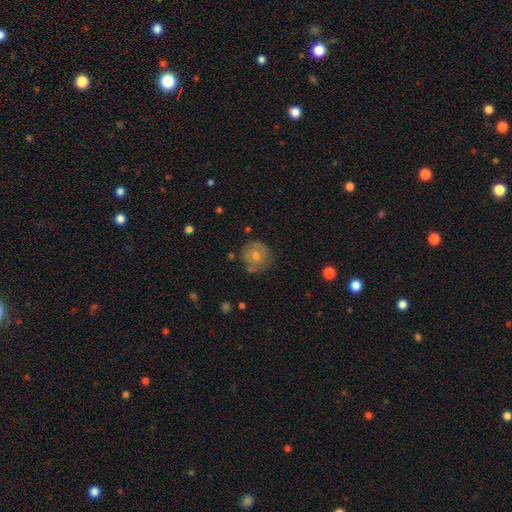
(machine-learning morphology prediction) Q: Smooth or featured?
A: smooth (63%); runner-up: featured or disk (29%)
Q: How rounded?
A: round (90%); runner-up: in between (9%)
Q: Merging?
A: none (68%); runner-up: minor disturbance (21%)